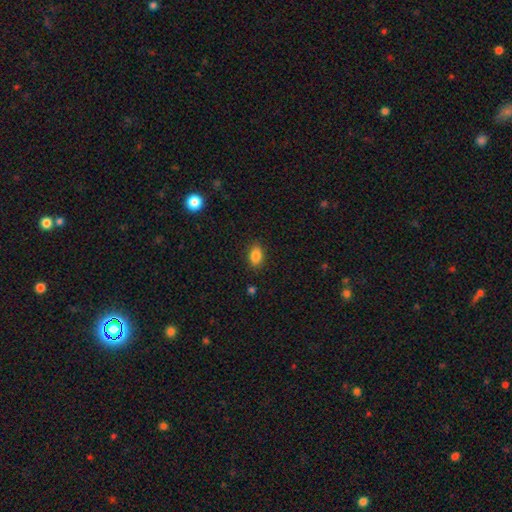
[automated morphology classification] The model was most divided on "how rounded": in between: 84%, round: 14%, cigar-shaped: 2%. More confident: merging — none (86%); smooth or featured — smooth (85%).